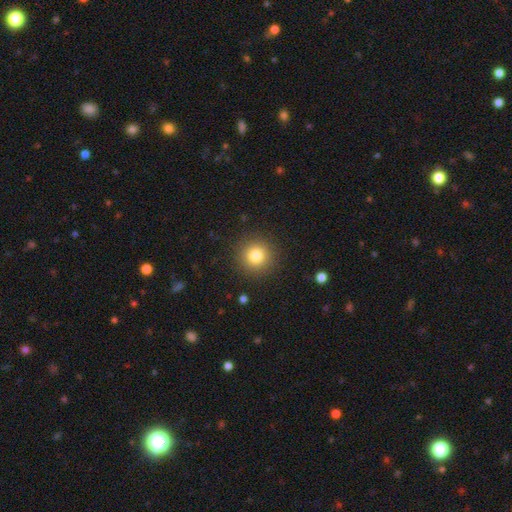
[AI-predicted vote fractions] The model was most divided on "smooth or featured": smooth: 80%, star or artifact: 12%, featured or disk: 7%. More confident: how rounded — round (95%); merging — none (90%).